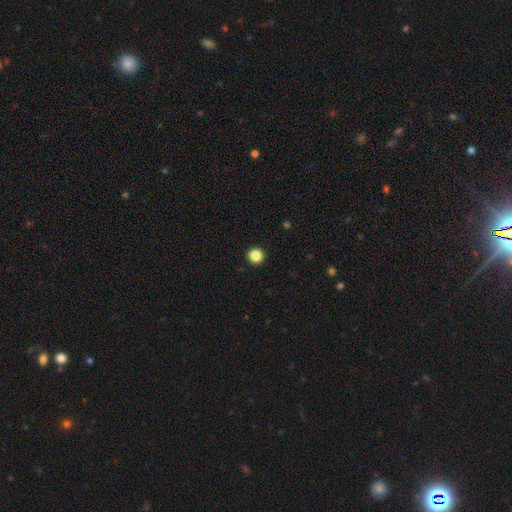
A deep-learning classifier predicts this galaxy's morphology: Smooth or featured? smooth (87%)
How rounded? round (95%)
Merging? none (94%)